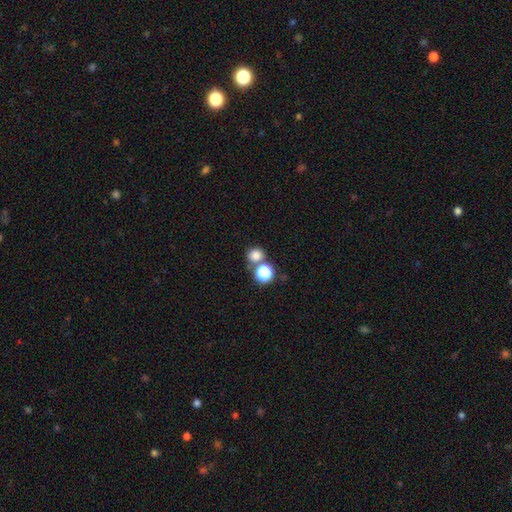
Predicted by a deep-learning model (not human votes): This appears to be a smooth galaxy with no disk features (78%) that is round (85%). Merging: none (61%).